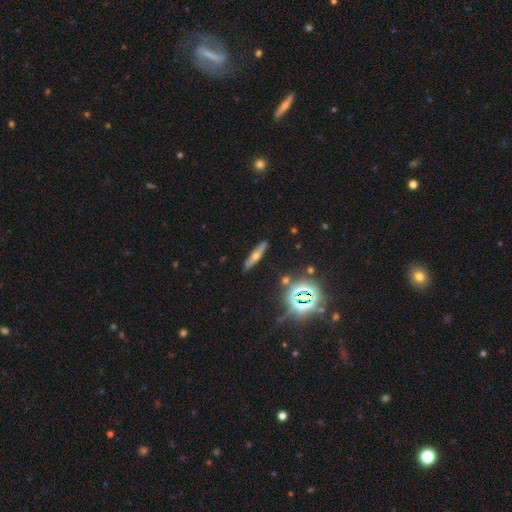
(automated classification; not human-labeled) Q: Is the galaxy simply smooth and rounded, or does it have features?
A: featured or disk — 43%.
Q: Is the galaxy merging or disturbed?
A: none — 89%.